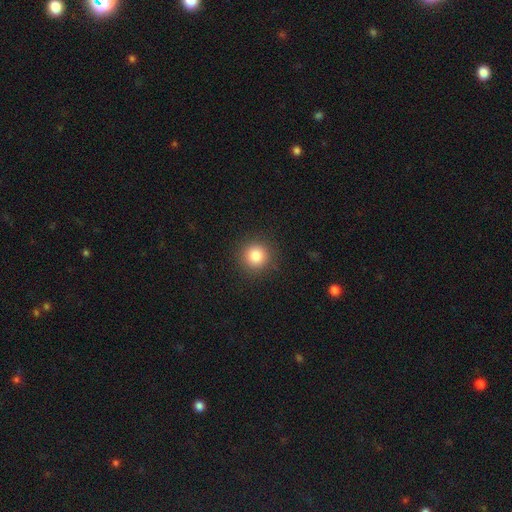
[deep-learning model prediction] Q: Smooth or featured?
A: smooth (84%); runner-up: star or artifact (11%)
Q: How rounded?
A: round (94%); runner-up: in between (5%)
Q: Merging?
A: none (91%); runner-up: minor disturbance (6%)